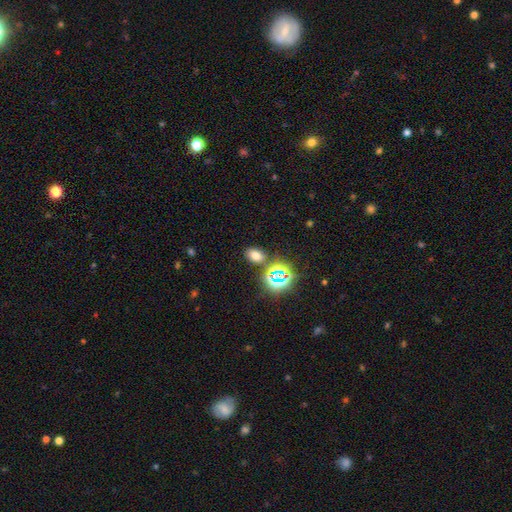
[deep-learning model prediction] A smooth galaxy with no disk features (65%) that is in between round and cigar-shaped (78%). Merging: none (81%).